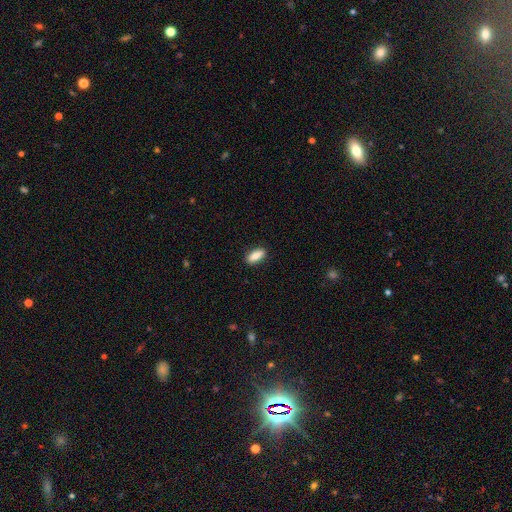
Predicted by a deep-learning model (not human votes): Smooth or featured? Predicted: smooth (p=0.87). How rounded? Predicted: in between (p=0.79). Merging? Predicted: none (p=0.89).